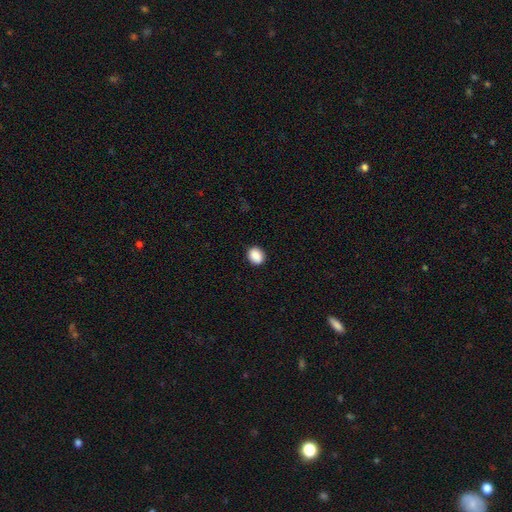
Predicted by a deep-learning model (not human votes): This appears to be a smooth galaxy with no disk features (89%) that is round (53%). Merging: none (90%).